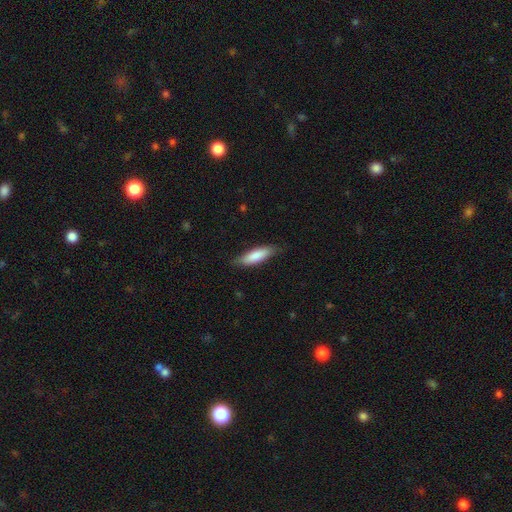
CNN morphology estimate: This appears to be a smooth galaxy with no disk features (82%) that is cigar-shaped (54%). Merging: none (79%).